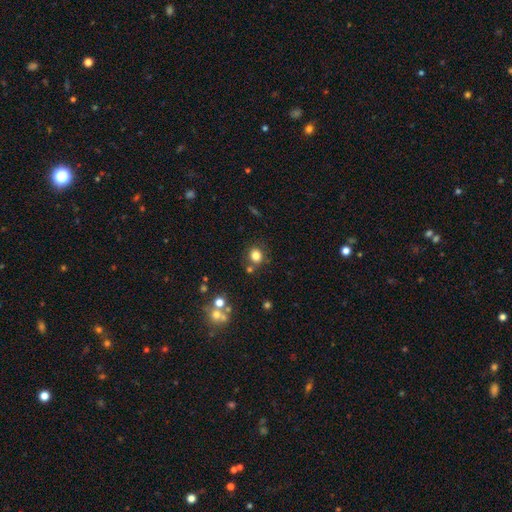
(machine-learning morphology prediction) A smooth galaxy with no disk features (80%) that is round (79%).

Vote fractions:
- Smooth or featured? smooth: 80% / star or artifact: 13% / featured or disk: 7%
- How rounded? round: 79% / in between: 20% / cigar-shaped: 1%
- Merging? none: 75% / minor disturbance: 11% / merger: 10% / major disturbance: 4%